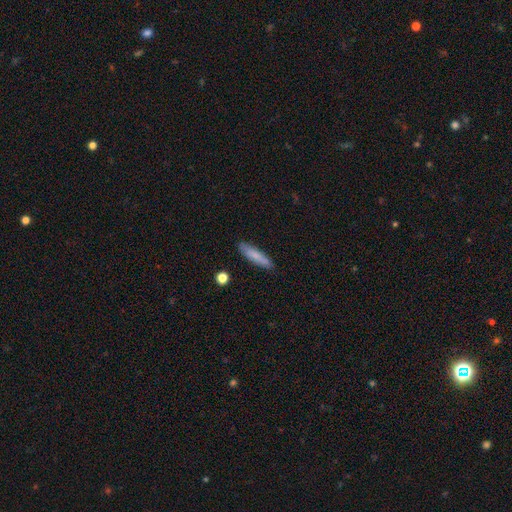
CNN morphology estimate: type=smooth (78%); roundness=cigar-shaped (79%); merging=none (86%).